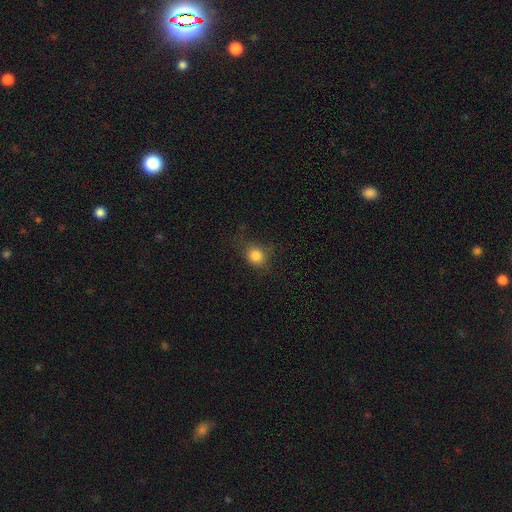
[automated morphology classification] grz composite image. It shows a smooth galaxy with no disk features (83%) that is round (72%). Merging: none (74%).